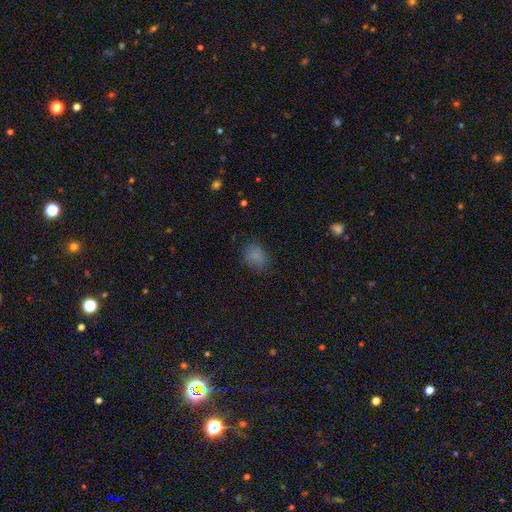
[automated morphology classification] smooth 79%, star or artifact 14%, featured or disk 7%. Down the decision tree: how rounded — in between (55%); merging — none (73%).